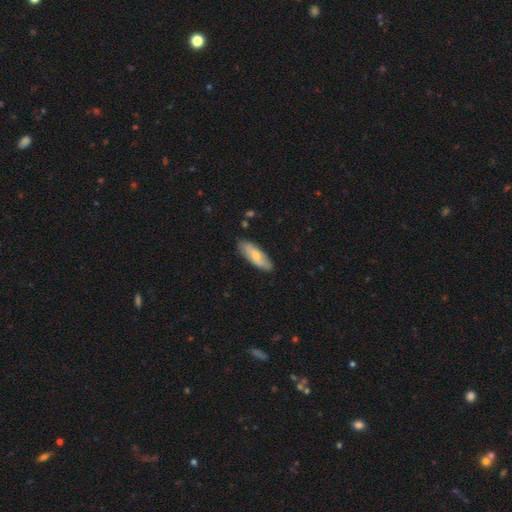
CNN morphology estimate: Smooth or featured? Predicted: smooth (p=0.67). How rounded? Predicted: in between (p=0.65). Merging? Predicted: none (p=0.83).